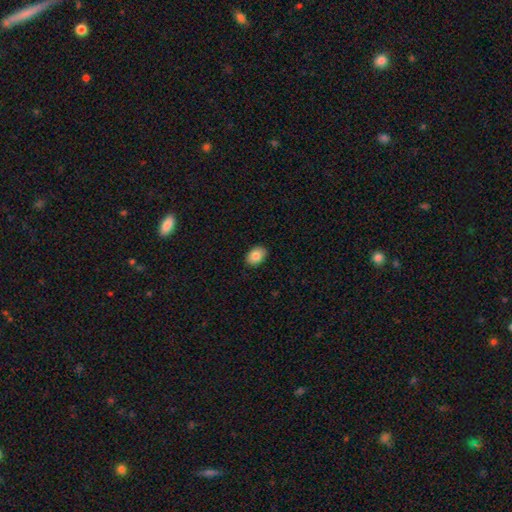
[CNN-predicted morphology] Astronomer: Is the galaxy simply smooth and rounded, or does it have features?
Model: smooth — 85%.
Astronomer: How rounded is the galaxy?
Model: in between — 79%.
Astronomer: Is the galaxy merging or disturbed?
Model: none — 89%.